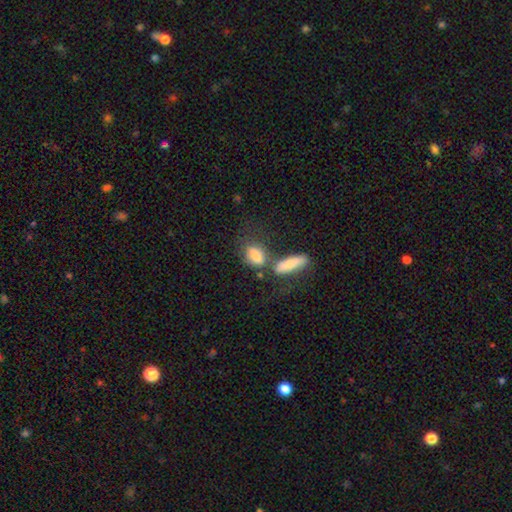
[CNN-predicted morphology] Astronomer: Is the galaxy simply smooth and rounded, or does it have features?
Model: smooth — 78%.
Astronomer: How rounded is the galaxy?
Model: in between — 78%.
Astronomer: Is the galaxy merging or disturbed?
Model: none — 42% (runner-up: merger, 36%).